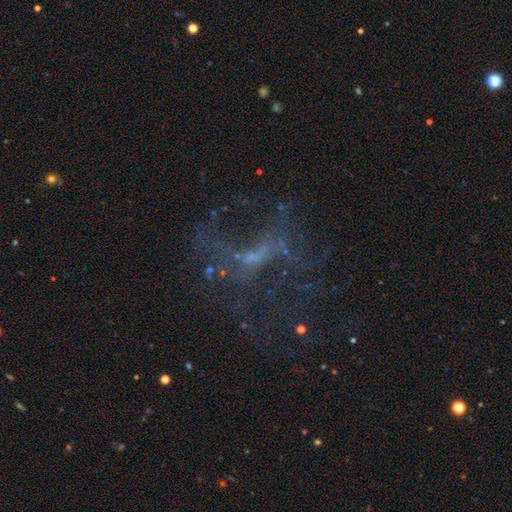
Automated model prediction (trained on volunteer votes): A featured or disk galaxy (52%). Merging: none (50%).